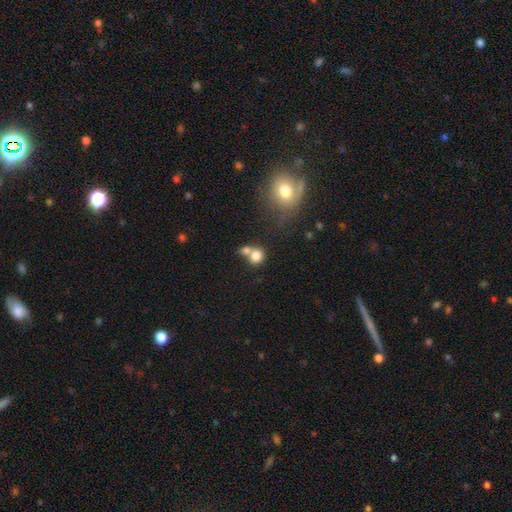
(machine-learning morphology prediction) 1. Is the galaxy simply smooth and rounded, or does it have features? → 78% smooth, 11% featured or disk, 11% star or artifact.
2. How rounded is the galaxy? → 75% round, 24% in between, 1% cigar-shaped.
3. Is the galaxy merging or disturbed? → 49% merger, 37% none, 9% minor disturbance, 5% major disturbance.